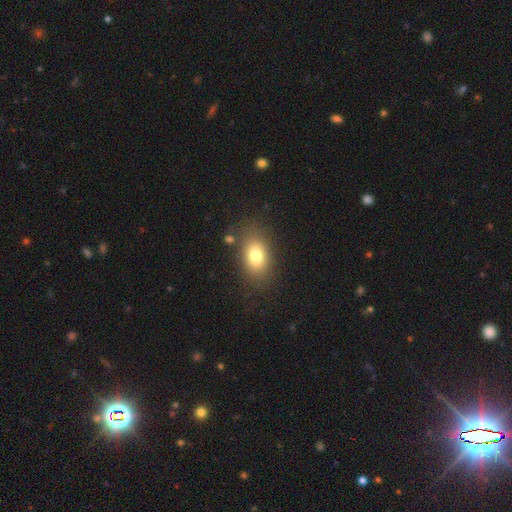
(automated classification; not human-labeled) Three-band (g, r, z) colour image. It shows a smooth galaxy with no disk features (78%) that is in between round and cigar-shaped (82%). Merging: none (79%).